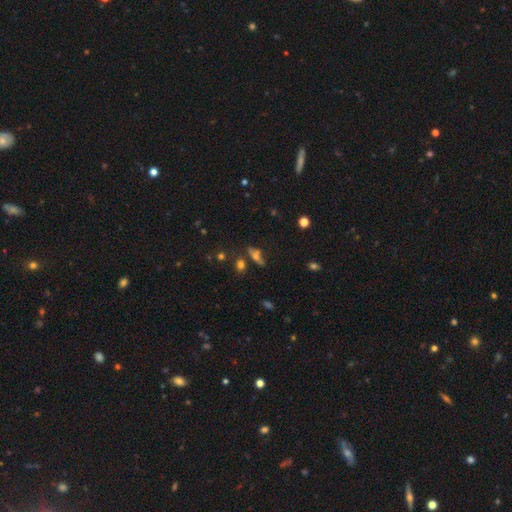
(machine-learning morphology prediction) A smooth galaxy with no disk features (48%). Merging: none (58%).